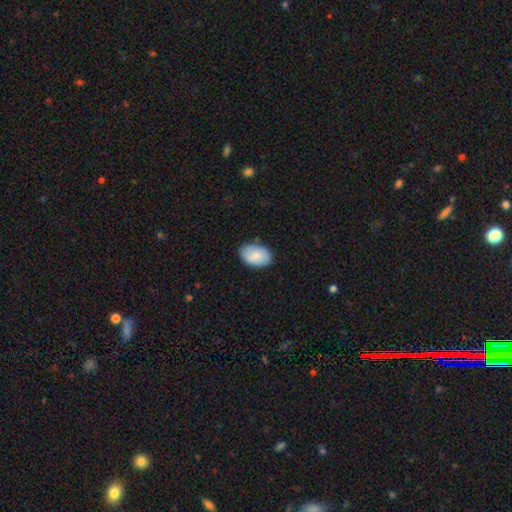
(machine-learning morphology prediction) smooth-or-featured: smooth: 78% | featured or disk: 16% | star or artifact: 6%
  how-rounded: in between: 90% | round: 9% | cigar-shaped: 1%
  merging: none: 82% | minor disturbance: 14% | major disturbance: 2% | merger: 1%